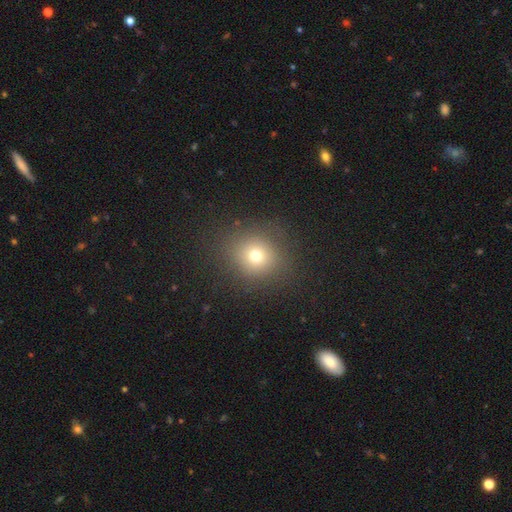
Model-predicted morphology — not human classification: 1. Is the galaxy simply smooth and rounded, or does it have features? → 70% smooth, 19% star or artifact, 11% featured or disk.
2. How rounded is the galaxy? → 83% round, 16% in between, 1% cigar-shaped.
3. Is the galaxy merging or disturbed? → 85% none, 9% minor disturbance, 5% major disturbance, 1% merger.